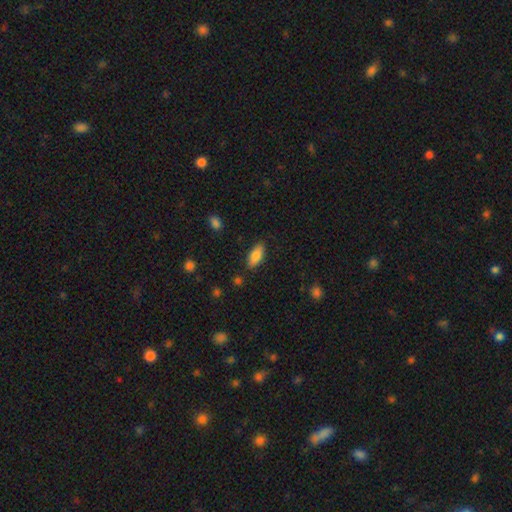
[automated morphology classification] Overall: smooth (84%). How rounded: in between (86%). Merging: none (83%).